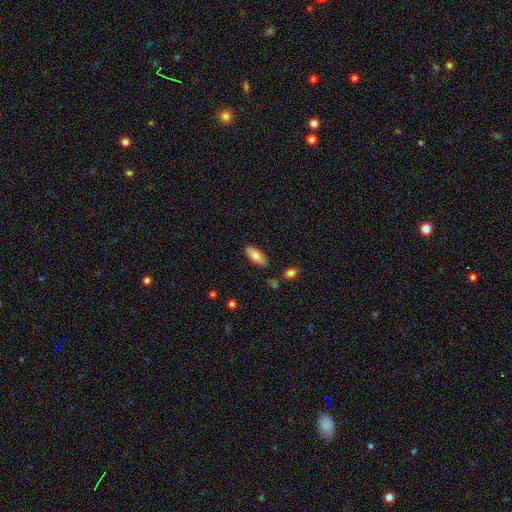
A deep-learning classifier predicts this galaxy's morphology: smooth_or_featured: smooth (p=0.80) [alt: featured or disk p=0.14]
how_rounded: in between (p=0.82) [alt: cigar-shaped p=0.16]
merging: none (p=0.84) [alt: minor disturbance p=0.12]